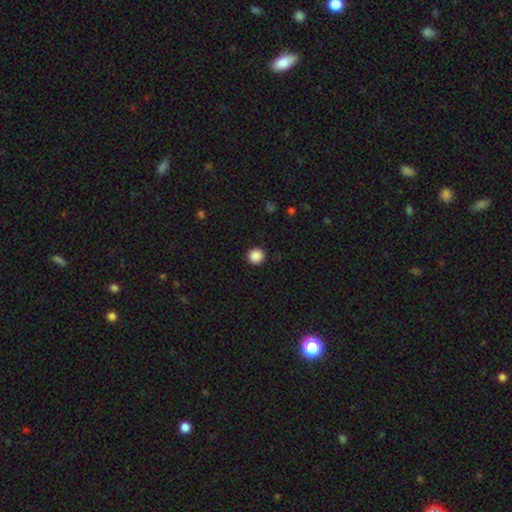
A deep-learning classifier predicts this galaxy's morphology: A smooth galaxy with no disk features (88%) that is round (94%).

Vote fractions:
- Smooth or featured? smooth: 88% / star or artifact: 10% / featured or disk: 2%
- How rounded? round: 94% / in between: 5% / cigar-shaped: 1%
- Merging? none: 91% / minor disturbance: 6% / major disturbance: 2% / merger: 1%